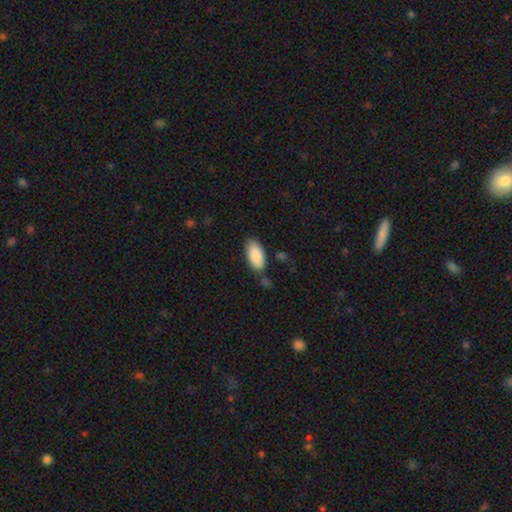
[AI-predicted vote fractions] Smooth or featured? Predicted: smooth (p=0.88). How rounded? Predicted: in between (p=0.94). Merging? Predicted: none (p=0.76).